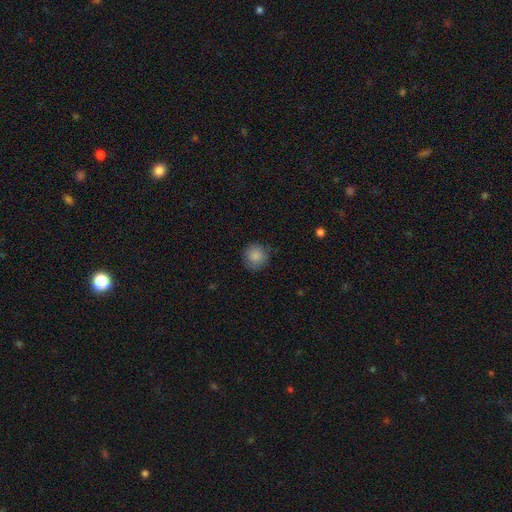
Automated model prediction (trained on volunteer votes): This appears to be a smooth galaxy with no disk features (86%) that is round (92%). Merging: none (83%).